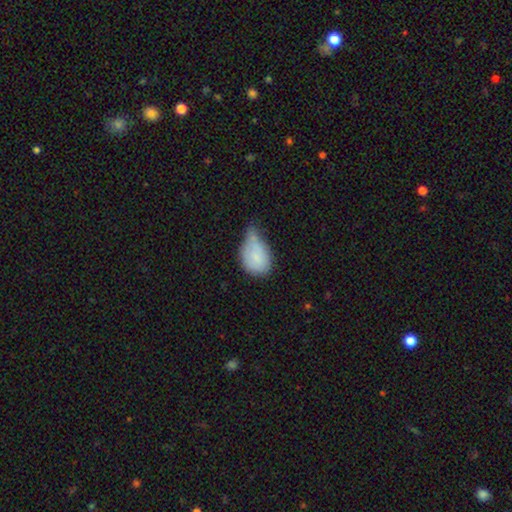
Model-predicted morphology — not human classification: Q: Smooth or featured?
A: smooth (79%); runner-up: featured or disk (14%)
Q: How rounded?
A: in between (74%); runner-up: round (25%)
Q: Merging?
A: minor disturbance (47%); runner-up: none (23%)